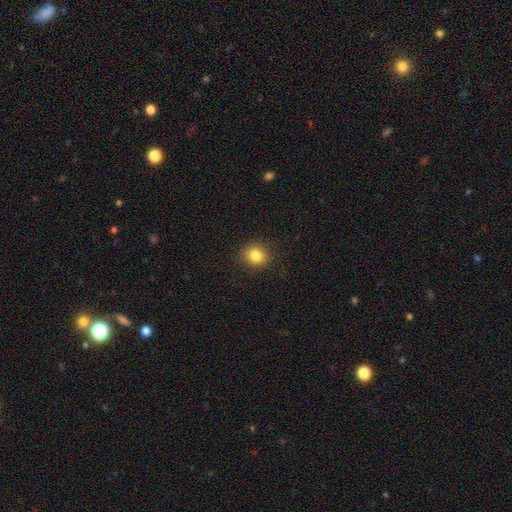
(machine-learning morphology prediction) smooth 83%, star or artifact 11%, featured or disk 6%. Down the decision tree: how rounded — round (81%); merging — none (89%).